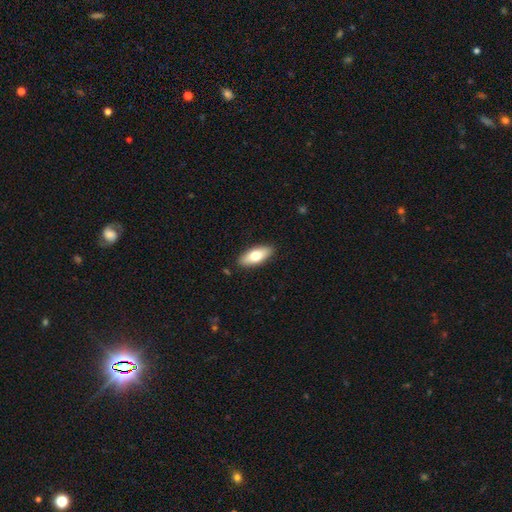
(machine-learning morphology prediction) smooth-or-featured: smooth: 70% | featured or disk: 24% | star or artifact: 6%
  how-rounded: in between: 80% | cigar-shaped: 17% | round: 3%
  merging: none: 89% | minor disturbance: 8% | major disturbance: 2% | merger: 1%